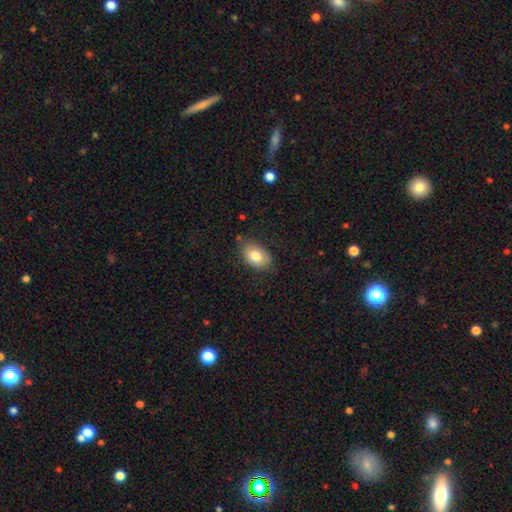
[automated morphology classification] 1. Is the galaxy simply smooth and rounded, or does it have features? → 80% smooth, 12% featured or disk, 8% star or artifact.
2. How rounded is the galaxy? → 85% in between, 14% round, 1% cigar-shaped.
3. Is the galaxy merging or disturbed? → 79% none, 16% minor disturbance, 3% major disturbance, 2% merger.